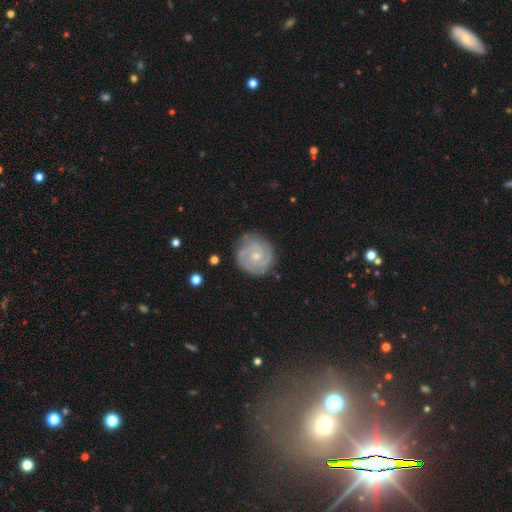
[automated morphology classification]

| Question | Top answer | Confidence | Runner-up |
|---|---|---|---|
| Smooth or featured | featured or disk | 82% | smooth (13%) |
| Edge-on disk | no | 98% | yes (2%) |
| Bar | no | 70% | weak (26%) |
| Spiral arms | yes | 96% | no (4%) |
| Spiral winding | tight | 68% | medium (27%) |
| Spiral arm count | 2 | 62% | 3 (17%) |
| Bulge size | small | 68% | moderate (27%) |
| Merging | none | 81% | minor disturbance (14%) |